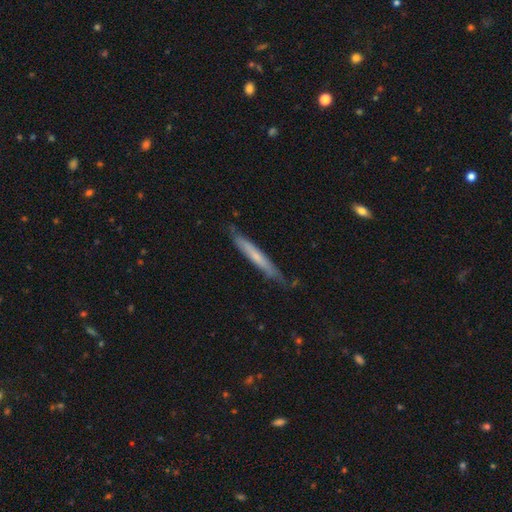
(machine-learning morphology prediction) This is possibly a smooth galaxy (52%). How rounded: clearly cigar-shaped (96%). Merging: likely none (78%).